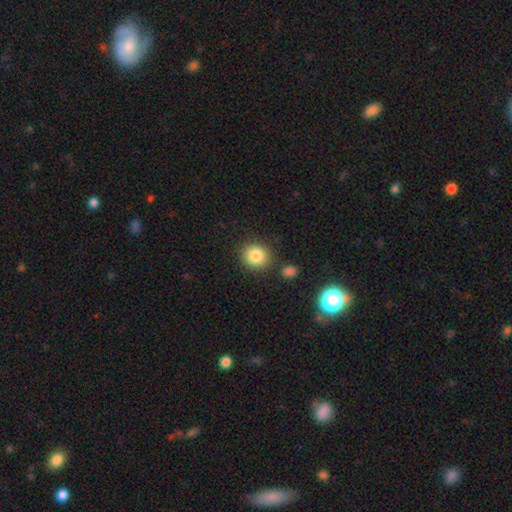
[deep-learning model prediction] smooth 85%, star or artifact 10%, featured or disk 5%. Down the decision tree: how rounded — round (85%); merging — none (84%).